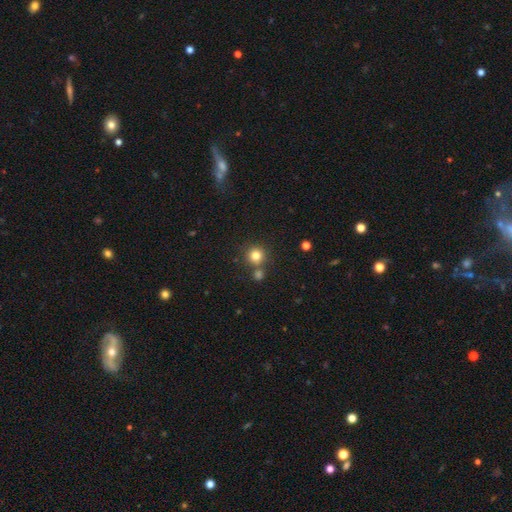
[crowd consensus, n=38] smooth 92%, star or artifact 5%, featured or disk 3%. Down the decision tree: how rounded — round (94%); merging — none (69%).